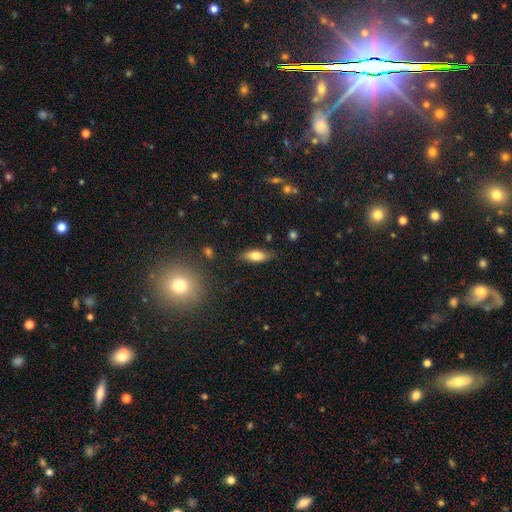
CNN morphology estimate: type=smooth (76%); roundness=in between (74%); merging=none (81%).